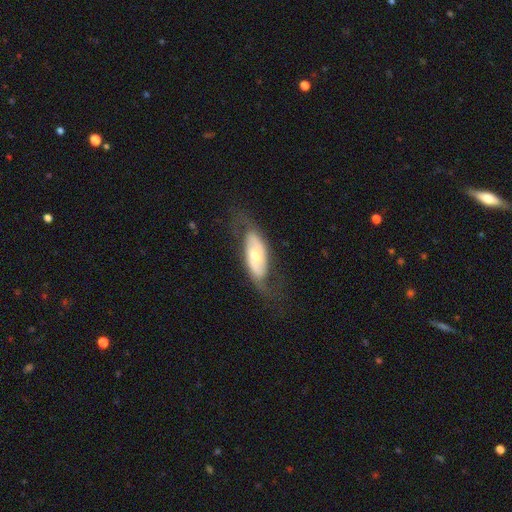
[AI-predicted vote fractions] This is likely a featured or disk galaxy (64%). It is clearly not viewed edge-on (83%). Bar: likely no (64%). Spiral arm pattern: likely yes (65%). Central bulge: likely moderate (62%). Merging: likely none (62%).